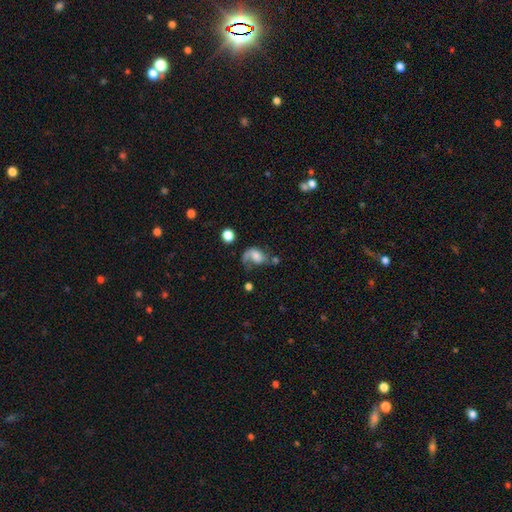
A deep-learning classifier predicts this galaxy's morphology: Smooth or featured: featured or disk — 51% (smooth — 39%)
Edge-on disk: no — 97% (yes — 3%)
Merging: major disturbance — 40% (none — 28%)